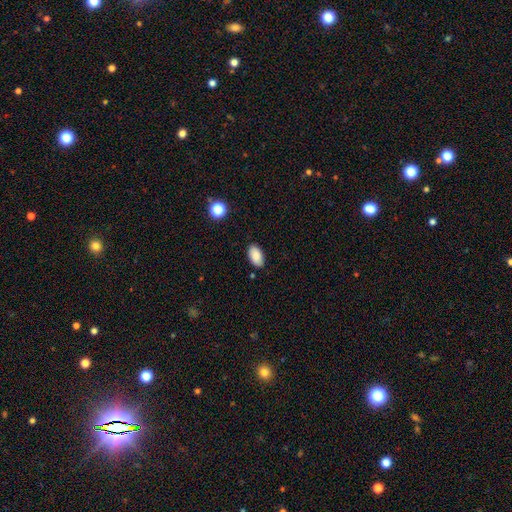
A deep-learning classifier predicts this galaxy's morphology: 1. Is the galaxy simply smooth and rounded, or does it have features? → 87% smooth, 8% star or artifact, 5% featured or disk.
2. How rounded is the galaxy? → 94% in between, 4% round, 2% cigar-shaped.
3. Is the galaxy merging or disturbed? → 87% none, 10% minor disturbance, 2% major disturbance, 1% merger.